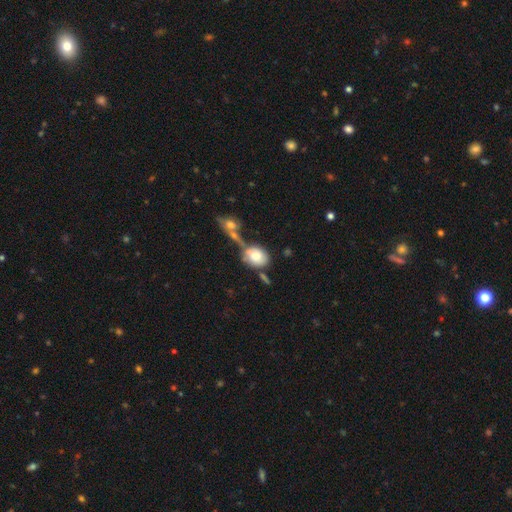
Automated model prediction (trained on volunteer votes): The model was most divided on "merging" (2-way tie): merger: 38%, none: 38%, minor disturbance: 16%, major disturbance: 9%. More confident: smooth or featured — smooth (72%); how rounded — in between (53%).